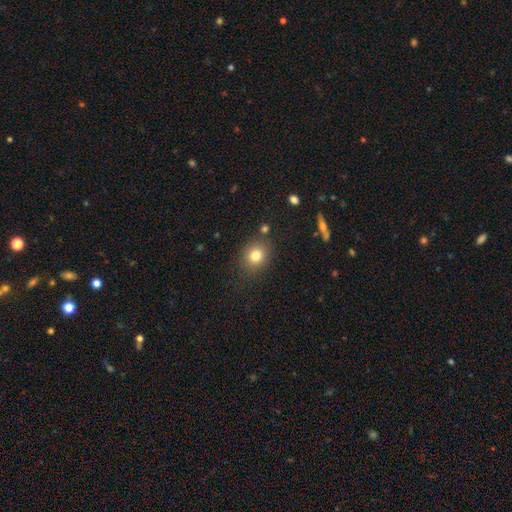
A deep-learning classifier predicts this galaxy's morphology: The model was most divided on "how rounded": round: 71%, in between: 28%, cigar-shaped: 1%. More confident: merging — none (81%); smooth or featured — smooth (79%).